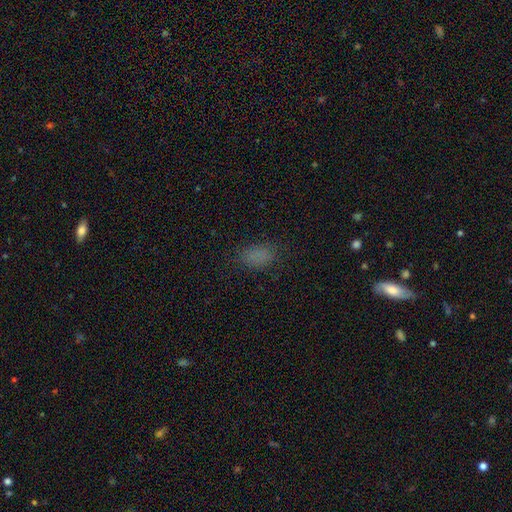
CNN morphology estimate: Q: Smooth or featured?
A: smooth (80%); runner-up: star or artifact (15%)
Q: How rounded?
A: in between (86%); runner-up: round (11%)
Q: Merging?
A: none (79%); runner-up: minor disturbance (14%)